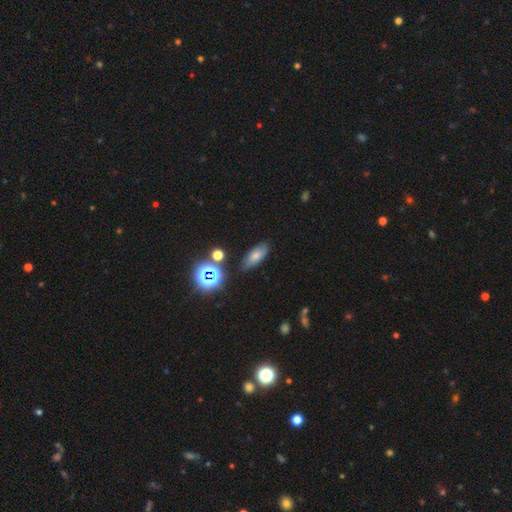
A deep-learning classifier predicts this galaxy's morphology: smooth-or-featured: smooth: 58% | star or artifact: 25% | featured or disk: 16%
  how-rounded: in between: 71% | cigar-shaped: 20% | round: 9%
  merging: none: 86% | minor disturbance: 9% | merger: 3% | major disturbance: 3%